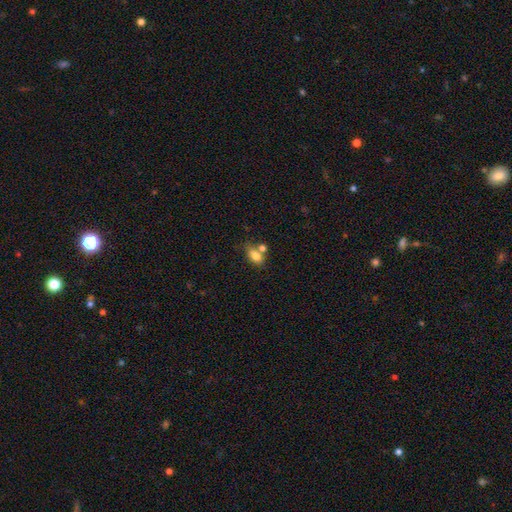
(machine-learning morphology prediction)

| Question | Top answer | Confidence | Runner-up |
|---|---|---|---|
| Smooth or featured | smooth | 78% | featured or disk (13%) |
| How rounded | in between | 80% | round (16%) |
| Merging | none | 48% | merger (30%) |